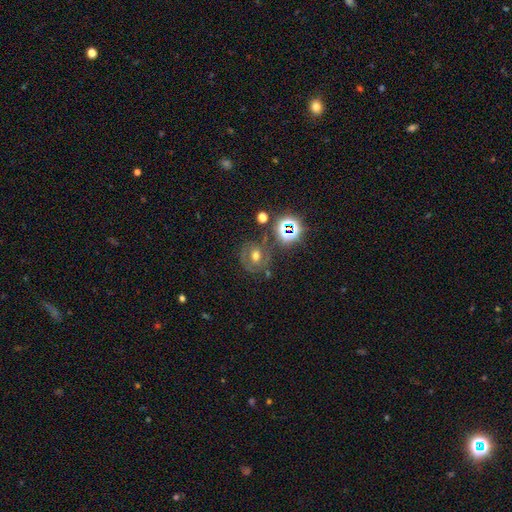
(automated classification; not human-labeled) Q: Smooth or featured?
A: featured or disk (39%); runner-up: smooth (37%)
Q: Merging?
A: none (66%); runner-up: minor disturbance (17%)